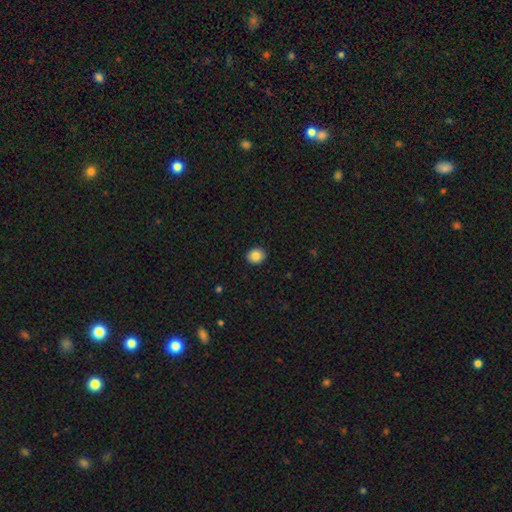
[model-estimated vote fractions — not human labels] A smooth galaxy with no disk features (85%) that is round (78%).

Vote fractions:
- Smooth or featured? smooth: 85% / star or artifact: 9% / featured or disk: 6%
- How rounded? round: 78% / in between: 21% / cigar-shaped: 1%
- Merging? none: 92% / minor disturbance: 5% / major disturbance: 2% / merger: 1%